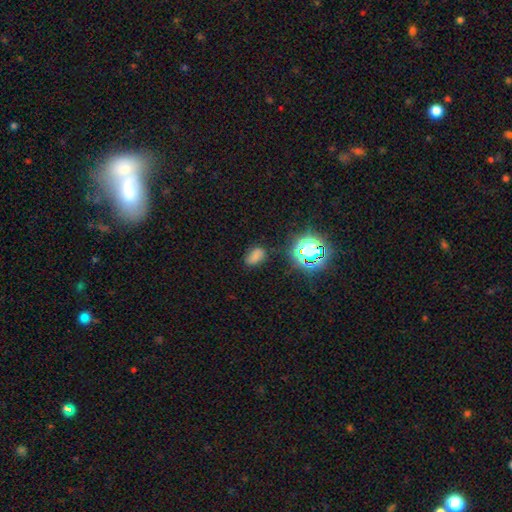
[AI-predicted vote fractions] Smooth or featured? Predicted: smooth (p=0.67). How rounded? Predicted: in between (p=0.86). Merging? Predicted: none (p=0.71).